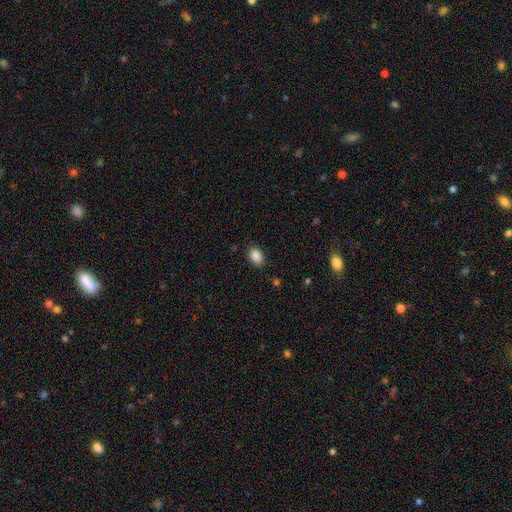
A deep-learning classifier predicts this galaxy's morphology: type=smooth (87%); roundness=in between (83%); merging=none (85%).